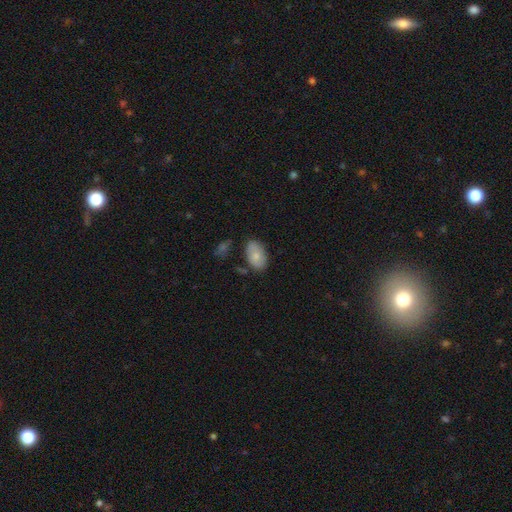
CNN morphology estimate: Smooth or featured? Predicted: smooth (p=0.80). How rounded? Predicted: in between (p=0.93). Merging? Predicted: none (p=0.73).